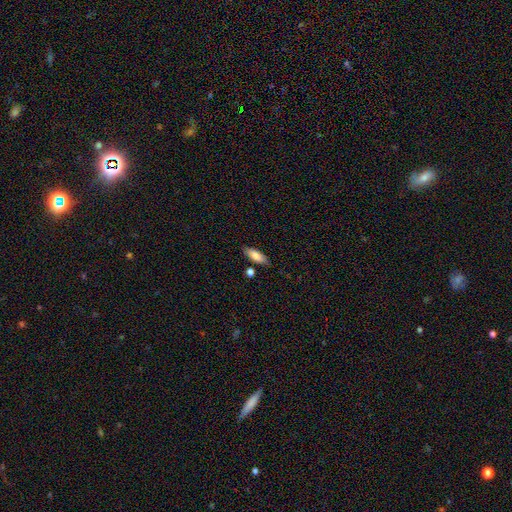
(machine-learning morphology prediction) smooth 83%, featured or disk 11%, star or artifact 7%. Down the decision tree: how rounded — in between (68%); merging — none (81%).